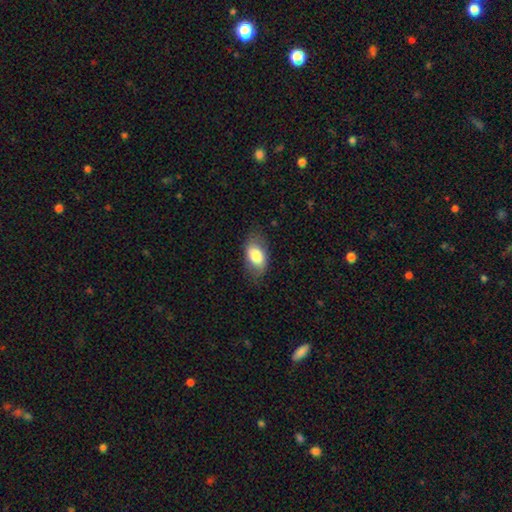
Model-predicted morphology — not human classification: Smooth or featured?
  - smooth: 77% *
  - featured or disk: 16%
  - star or artifact: 7%
How rounded?
  - in between: 91% *
  - round: 6%
  - cigar-shaped: 2%
Merging?
  - none: 74% *
  - minor disturbance: 19%
  - major disturbance: 6%
  - merger: 1%